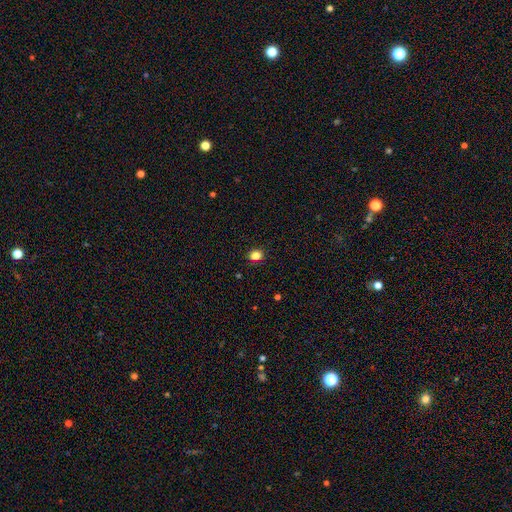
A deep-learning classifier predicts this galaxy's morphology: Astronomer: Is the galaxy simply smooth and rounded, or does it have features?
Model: smooth — 83%.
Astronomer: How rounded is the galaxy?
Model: round — 62% (runner-up: in between, 37%).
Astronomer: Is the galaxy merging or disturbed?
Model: none — 90%.